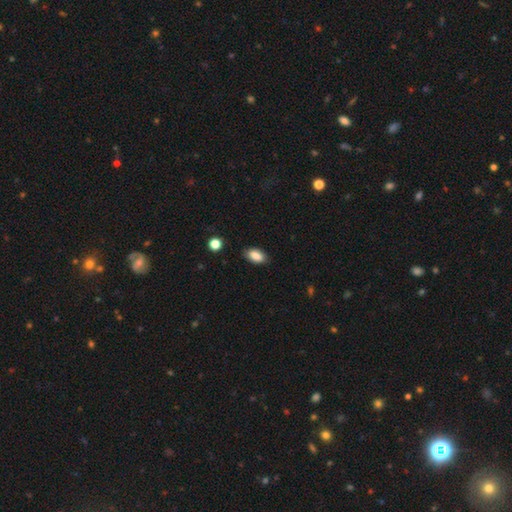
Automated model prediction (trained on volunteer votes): Smooth or featured? Predicted: smooth (p=0.87). How rounded? Predicted: in between (p=0.92). Merging? Predicted: none (p=0.84).